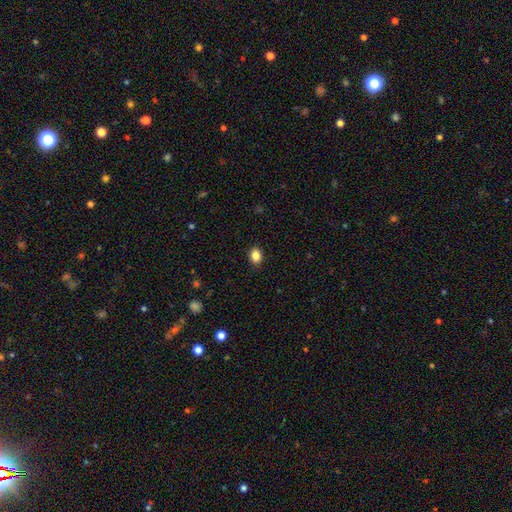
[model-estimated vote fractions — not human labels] smooth_or_featured: smooth (p=0.85) [alt: star or artifact p=0.10]
how_rounded: in between (p=0.67) [alt: round p=0.32]
merging: none (p=0.89) [alt: minor disturbance p=0.08]